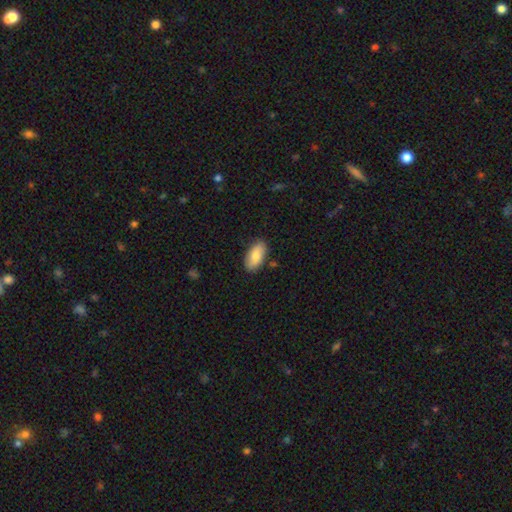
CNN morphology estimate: Q: Smooth or featured?
A: smooth (77%); runner-up: featured or disk (17%)
Q: How rounded?
A: in between (92%); runner-up: cigar-shaped (5%)
Q: Merging?
A: none (83%); runner-up: minor disturbance (13%)